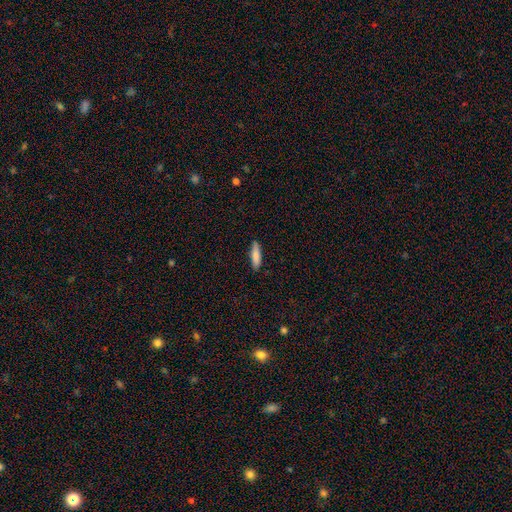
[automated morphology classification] type=smooth (84%); roundness=cigar-shaped (67%); merging=none (87%).